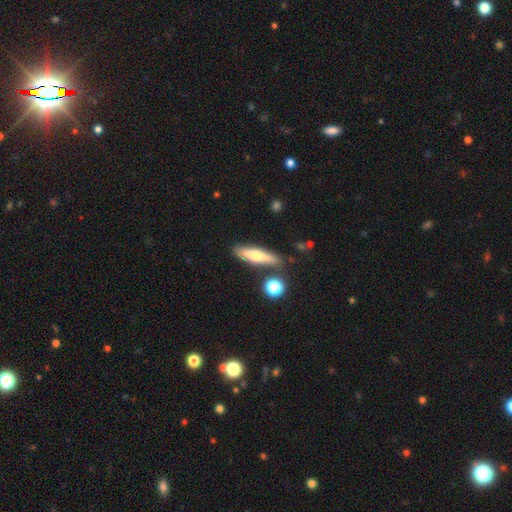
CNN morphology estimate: This appears to be a smooth galaxy with no disk features (54%) that is cigar-shaped (74%). Merging: none (79%).